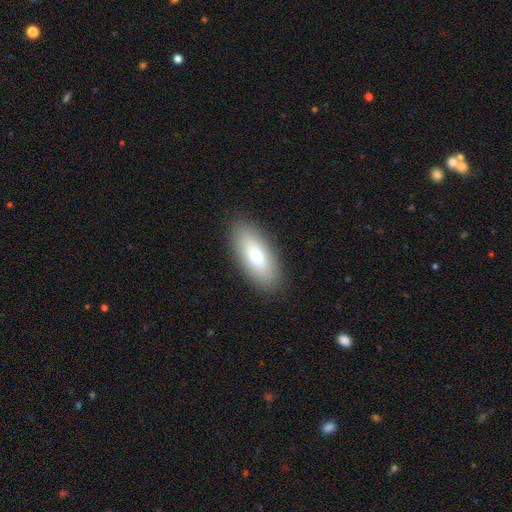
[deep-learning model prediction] Smooth or featured? smooth (78%)
How rounded? in between (84%)
Merging? none (88%)